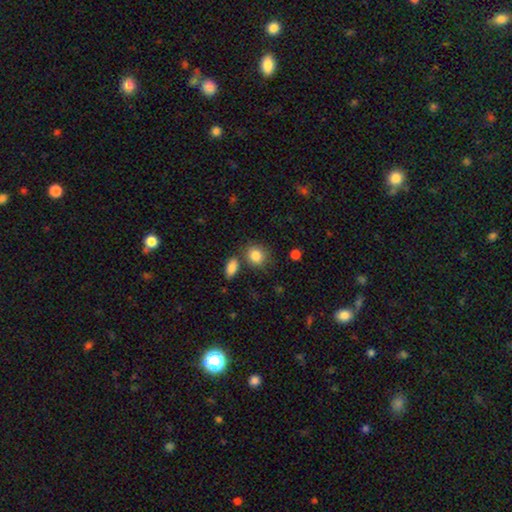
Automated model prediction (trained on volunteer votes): Smooth or featured?
  - smooth: 86% *
  - star or artifact: 8%
  - featured or disk: 6%
How rounded?
  - round: 64% *
  - in between: 35%
  - cigar-shaped: 1%
Merging?
  - none: 70% *
  - minor disturbance: 14%
  - merger: 12%
  - major disturbance: 4%